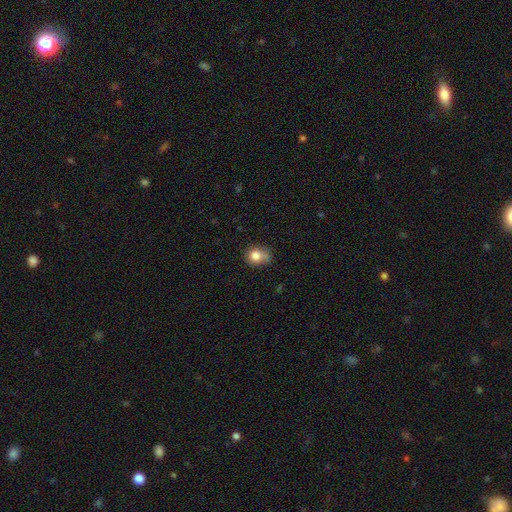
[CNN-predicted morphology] A smooth galaxy with no disk features (81%) that is round (67%).

Vote fractions:
- Smooth or featured? smooth: 81% / star or artifact: 11% / featured or disk: 9%
- How rounded? round: 67% / in between: 32% / cigar-shaped: 1%
- Merging? none: 54% / minor disturbance: 31% / major disturbance: 9% / merger: 6%